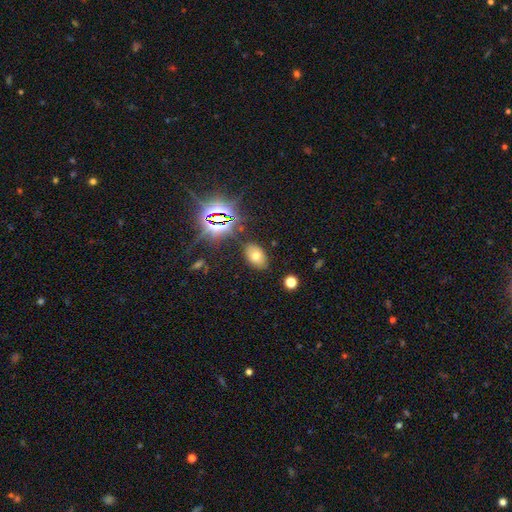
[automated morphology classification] Smooth or featured?
  - smooth: 61% *
  - star or artifact: 25%
  - featured or disk: 15%
How rounded?
  - in between: 89% *
  - round: 10%
  - cigar-shaped: 1%
Merging?
  - none: 84% *
  - minor disturbance: 11%
  - major disturbance: 3%
  - merger: 2%